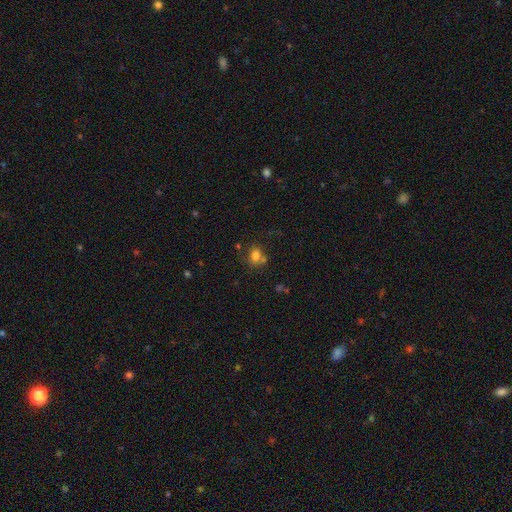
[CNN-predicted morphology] Smooth or featured?
  - smooth: 75% *
  - star or artifact: 14%
  - featured or disk: 10%
How rounded?
  - in between: 52% *
  - round: 46%
  - cigar-shaped: 1%
Merging?
  - none: 57% *
  - merger: 23%
  - minor disturbance: 14%
  - major disturbance: 6%